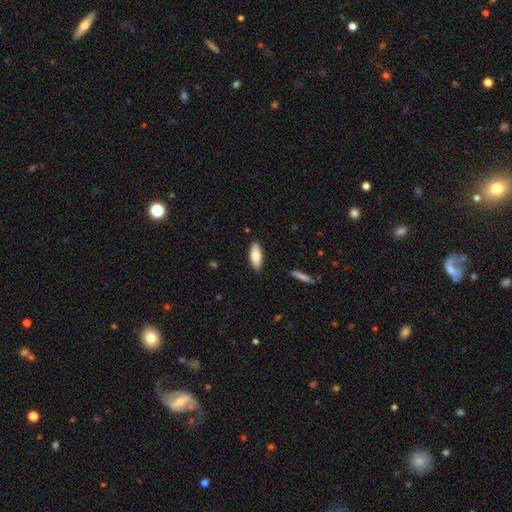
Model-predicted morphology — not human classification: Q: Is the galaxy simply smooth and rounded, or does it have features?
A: smooth — 78%.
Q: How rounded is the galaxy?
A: in between — 72%.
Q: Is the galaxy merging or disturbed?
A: none — 88%.